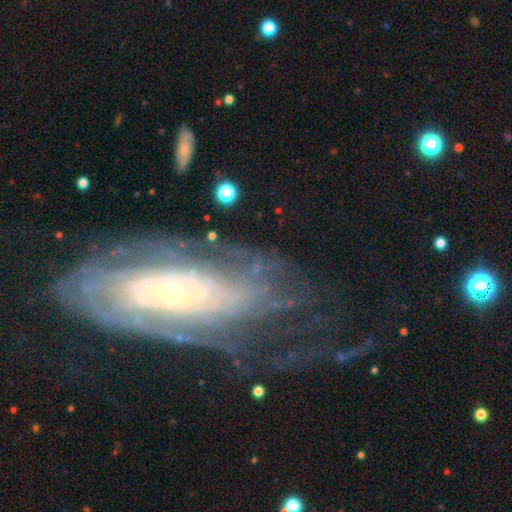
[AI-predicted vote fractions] This is clearly a featured or disk galaxy (85%). It is clearly not viewed edge-on (91%). Bar: likely no (67%). Spiral arm pattern: clearly yes (94%). Spiral arm count: marginally can't tell (44%). Spiral winding: likely tight (73%). Central bulge: clearly small (81%). Merging: likely none (66%).